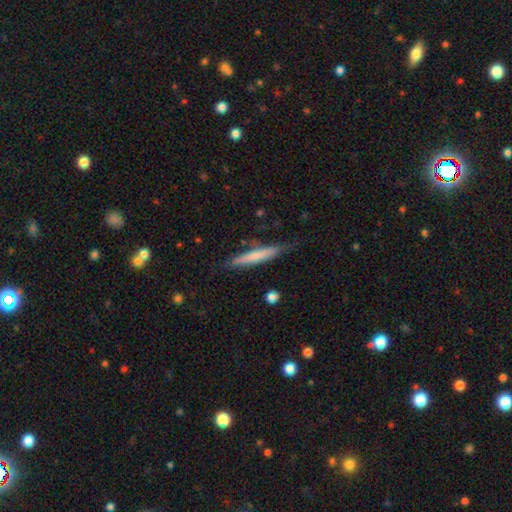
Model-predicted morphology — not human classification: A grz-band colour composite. It shows a smooth galaxy with no disk features (63%) that is cigar-shaped (94%). Merging: none (76%).